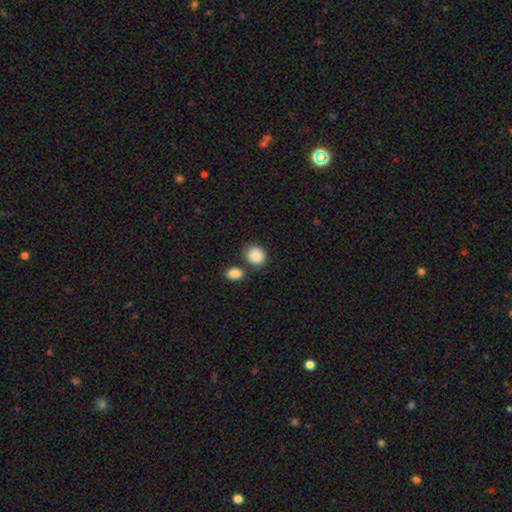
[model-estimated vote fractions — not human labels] Smooth or featured: smooth — 89% (star or artifact — 7%)
How rounded: round — 72% (in between — 27%)
Merging: none — 71% (merger — 13%)